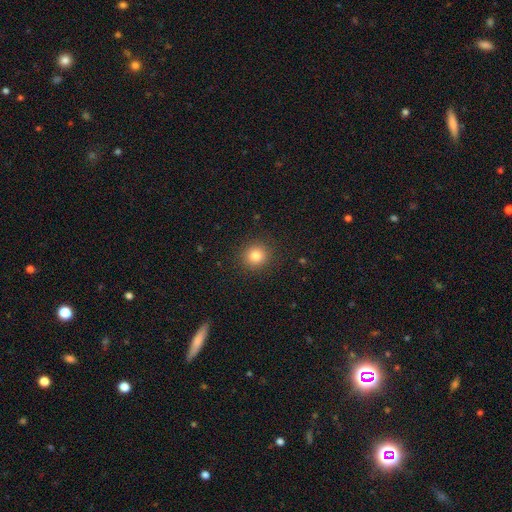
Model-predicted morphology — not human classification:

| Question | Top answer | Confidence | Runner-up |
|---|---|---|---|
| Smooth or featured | smooth | 82% | star or artifact (12%) |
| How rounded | round | 91% | in between (8%) |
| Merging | none | 91% | minor disturbance (6%) |